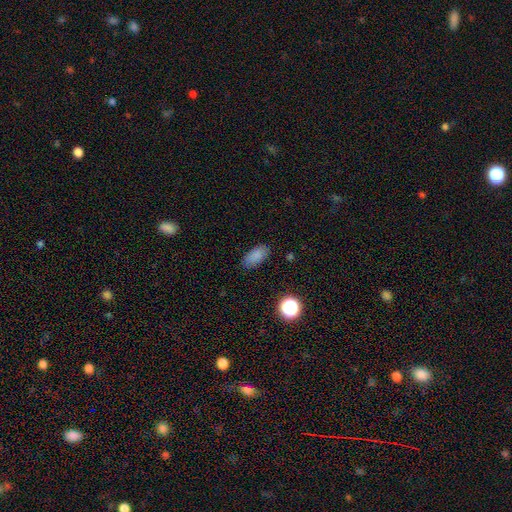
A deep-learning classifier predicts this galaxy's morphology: This is clearly a smooth galaxy (83%). How rounded: clearly in between (90%). Merging: clearly none (84%).